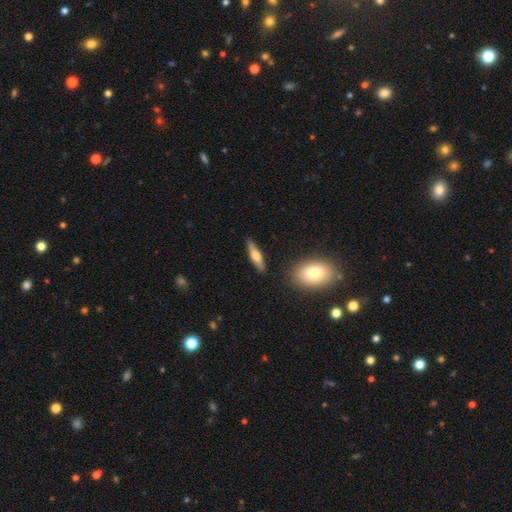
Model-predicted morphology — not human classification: This is possibly a smooth galaxy (52%). How rounded: likely cigar-shaped (67%). Merging: clearly none (86%).